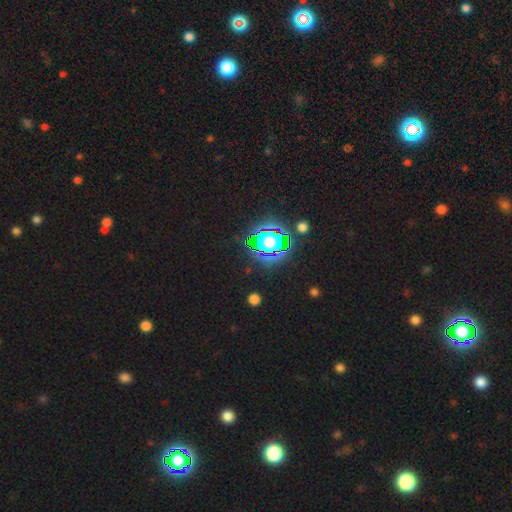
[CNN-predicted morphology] star or artifact 83%, smooth 10%, featured or disk 7%.